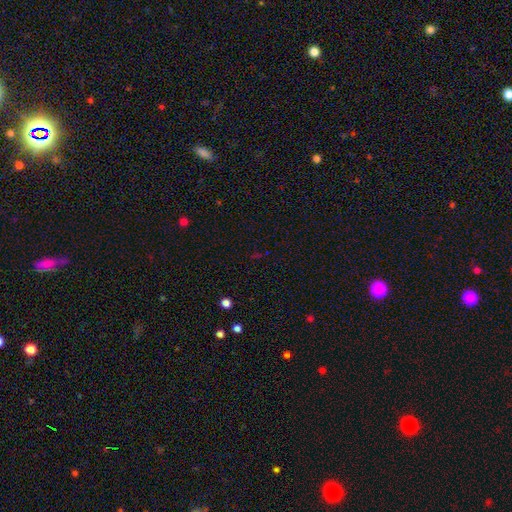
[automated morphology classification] smooth_or_featured: star or artifact (p=0.66) [alt: smooth p=0.25]